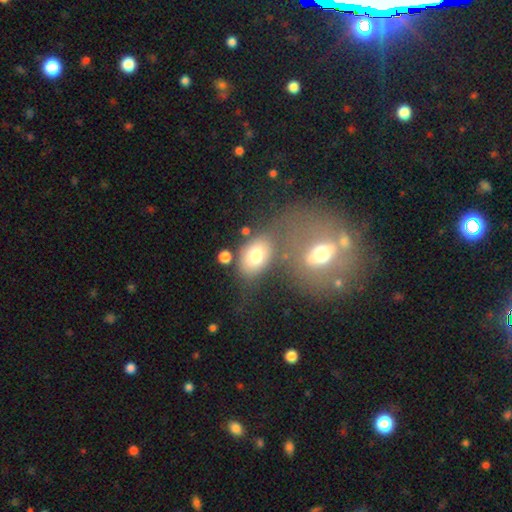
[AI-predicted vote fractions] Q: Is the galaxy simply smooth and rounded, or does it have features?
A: smooth — 72%.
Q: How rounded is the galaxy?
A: in between — 79%.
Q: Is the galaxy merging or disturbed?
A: none — 60%.